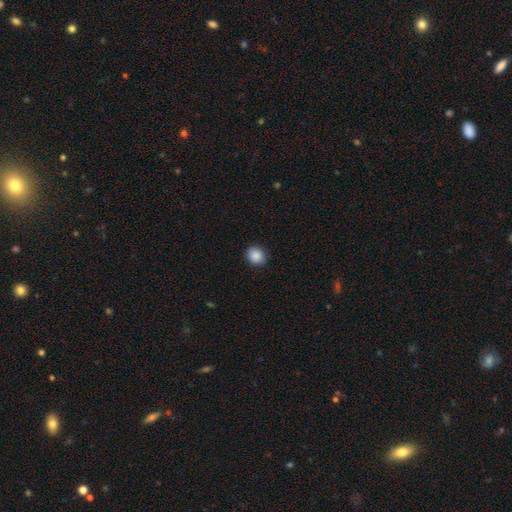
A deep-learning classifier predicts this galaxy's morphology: Overall: smooth (89%). How rounded: round (79%). Merging: none (90%).